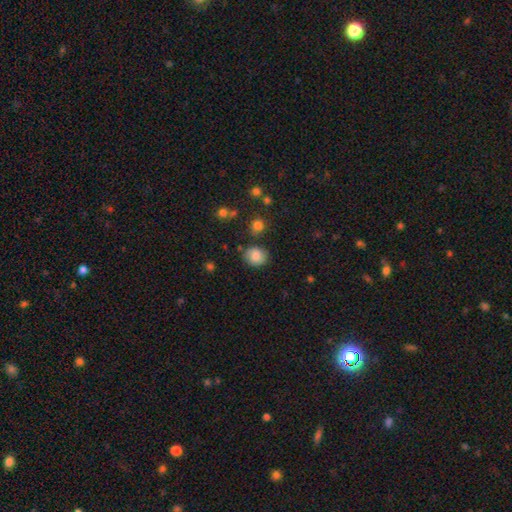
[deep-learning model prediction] smooth_or_featured: smooth (p=0.81) [alt: featured or disk p=0.09]
how_rounded: round (p=0.71) [alt: in between p=0.28]
merging: none (p=0.80) [alt: minor disturbance p=0.13]